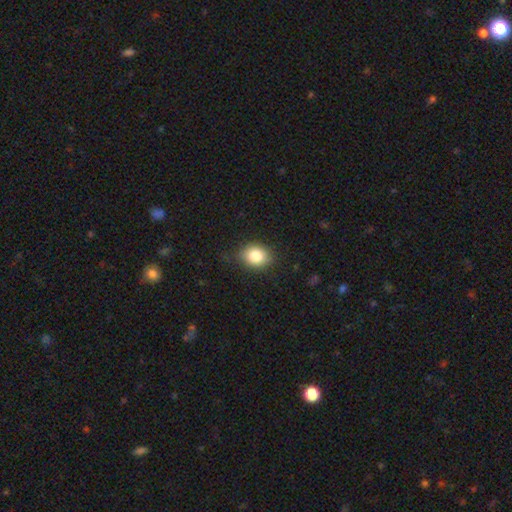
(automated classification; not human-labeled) Overall: smooth (84%). How rounded: in between (53%; round 46%). Merging: none (79%).